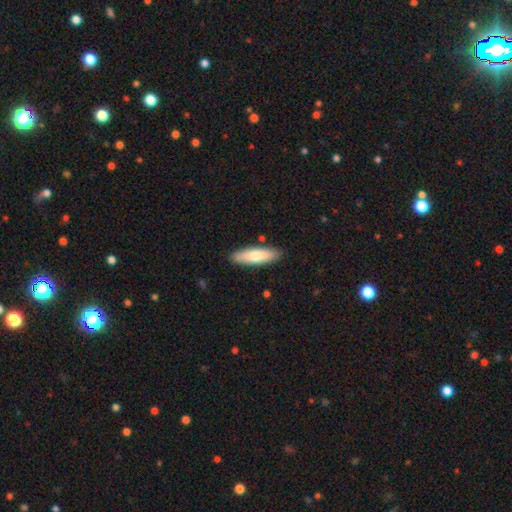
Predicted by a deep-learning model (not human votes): Smooth or featured? Predicted: smooth (p=0.74). How rounded? Predicted: cigar-shaped (p=0.55). Merging? Predicted: none (p=0.87).